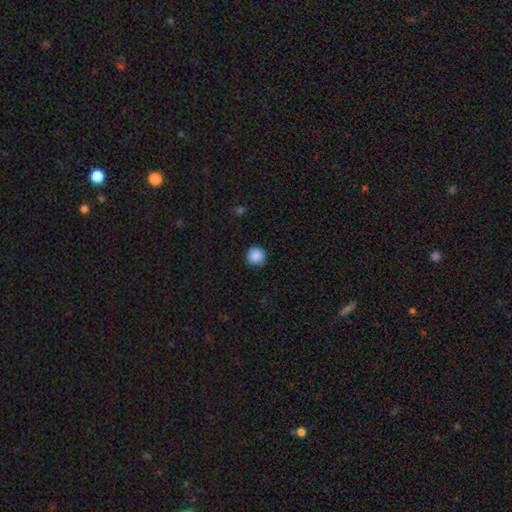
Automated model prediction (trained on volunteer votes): smooth-or-featured: smooth: 88% | star or artifact: 9% | featured or disk: 3%
  how-rounded: round: 95% | in between: 4% | cigar-shaped: 1%
  merging: none: 89% | minor disturbance: 8% | major disturbance: 2% | merger: 1%